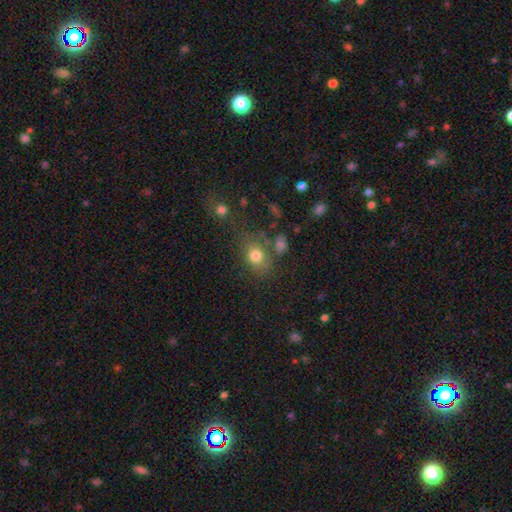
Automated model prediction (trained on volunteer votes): Morphology: type=smooth (76%); roundness=in between (53%); merging=none (61%).